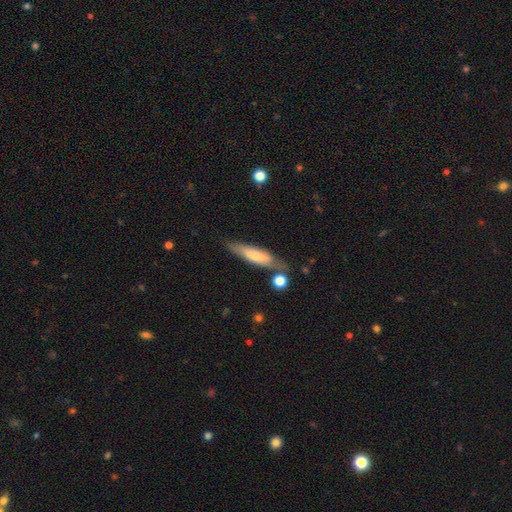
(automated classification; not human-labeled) Smooth or featured? smooth (61%)
How rounded? cigar-shaped (77%)
Merging? none (67%)